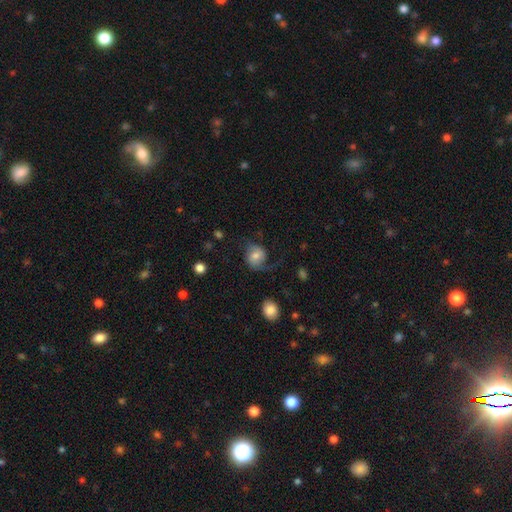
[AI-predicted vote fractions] smooth-or-featured: featured or disk: 46% | smooth: 45% | star or artifact: 9%
  merging: none: 51% | major disturbance: 26% | minor disturbance: 22% | merger: 2%